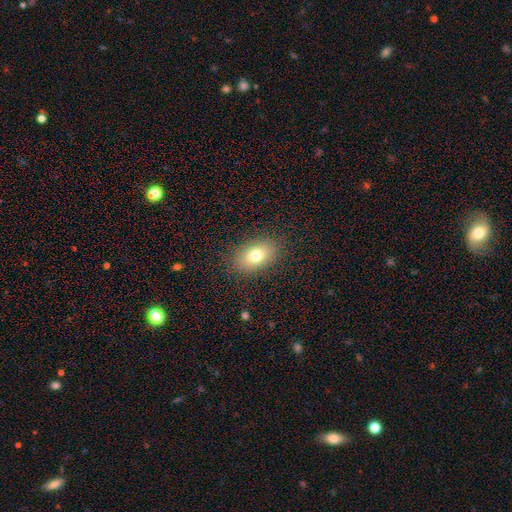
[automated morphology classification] Smooth or featured? Predicted: smooth (p=0.76). How rounded? Predicted: in between (p=0.85). Merging? Predicted: none (p=0.86).